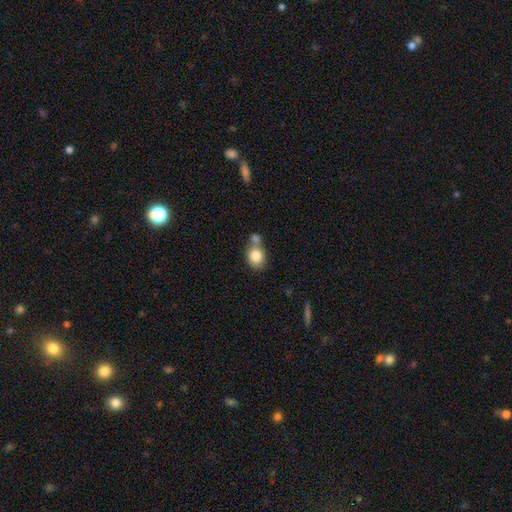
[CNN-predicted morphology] type=smooth (82%); roundness=round (51%); merging=none (46%).